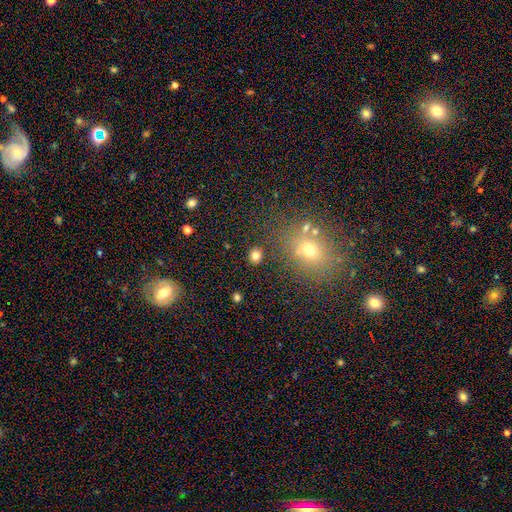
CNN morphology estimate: Q: Smooth or featured?
A: smooth (78%); runner-up: star or artifact (15%)
Q: How rounded?
A: round (72%); runner-up: in between (27%)
Q: Merging?
A: none (86%); runner-up: minor disturbance (7%)